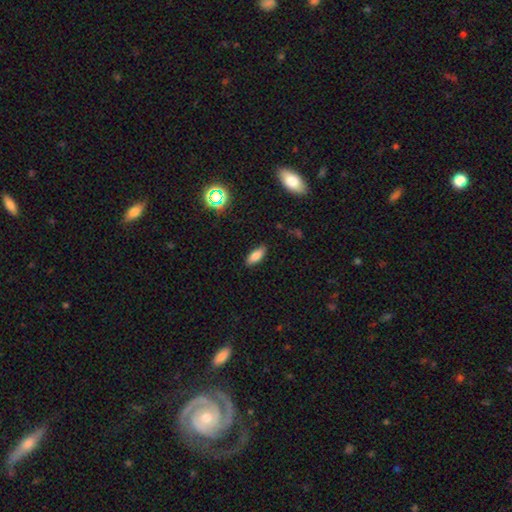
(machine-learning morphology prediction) The model was most divided on "how rounded": in between: 75%, cigar-shaped: 22%, round: 2%. More confident: merging — none (87%); smooth or featured — smooth (80%).